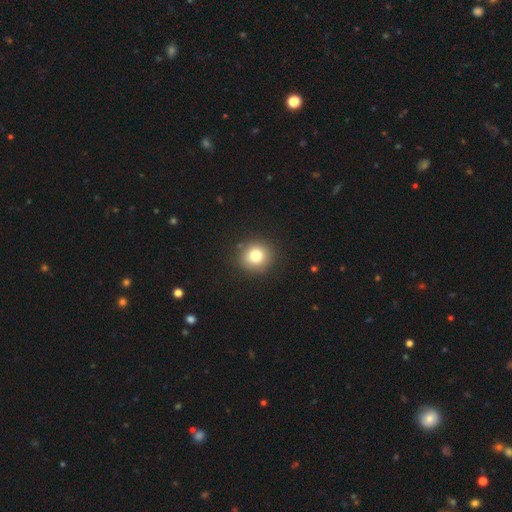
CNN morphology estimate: Smooth or featured?
  - smooth: 79% *
  - star or artifact: 12%
  - featured or disk: 9%
How rounded?
  - round: 88% *
  - in between: 11%
  - cigar-shaped: 1%
Merging?
  - none: 89% *
  - minor disturbance: 8%
  - major disturbance: 2%
  - merger: 1%